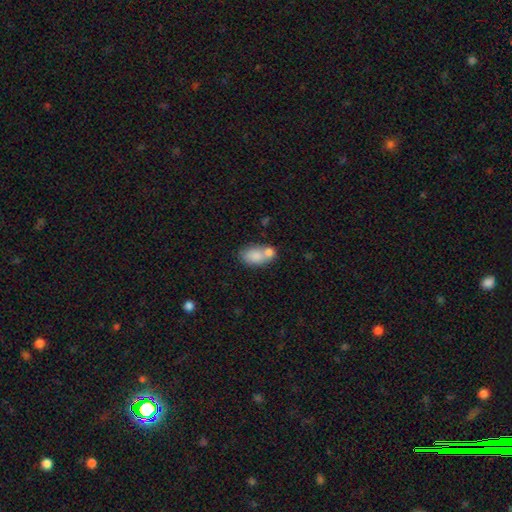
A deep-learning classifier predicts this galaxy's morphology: Q: Smooth or featured?
A: smooth (79%); runner-up: featured or disk (13%)
Q: How rounded?
A: in between (85%); runner-up: round (13%)
Q: Merging?
A: merger (45%); runner-up: none (36%)